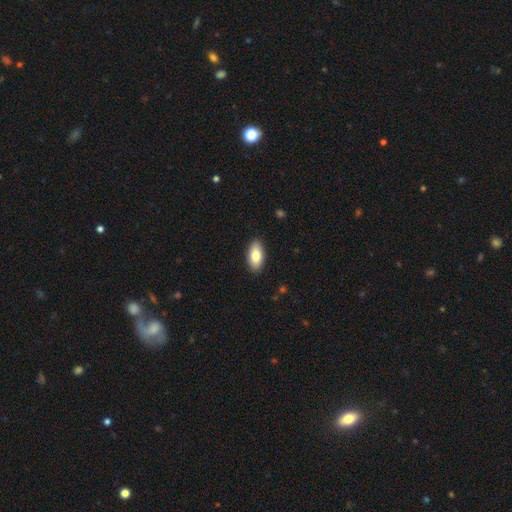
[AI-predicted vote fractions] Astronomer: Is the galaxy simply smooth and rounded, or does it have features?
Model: smooth — 83%.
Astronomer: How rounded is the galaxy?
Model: in between — 92%.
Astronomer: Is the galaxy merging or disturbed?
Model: none — 88%.